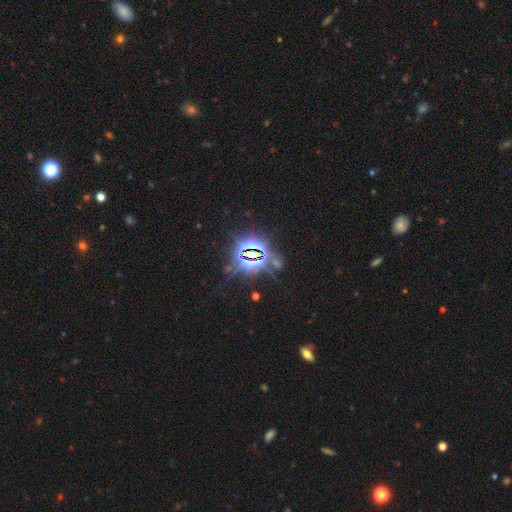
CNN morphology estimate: This is clearly a star or artifact rather than a galaxy (83%).